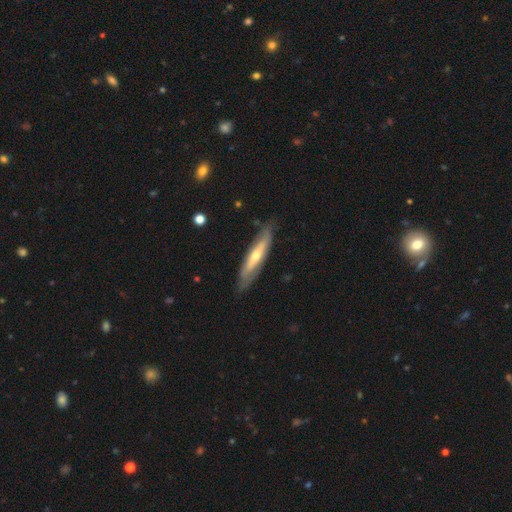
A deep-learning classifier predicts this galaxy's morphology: A featured or disk galaxy (60%) viewed edge-on (60%). Merging: none (79%).